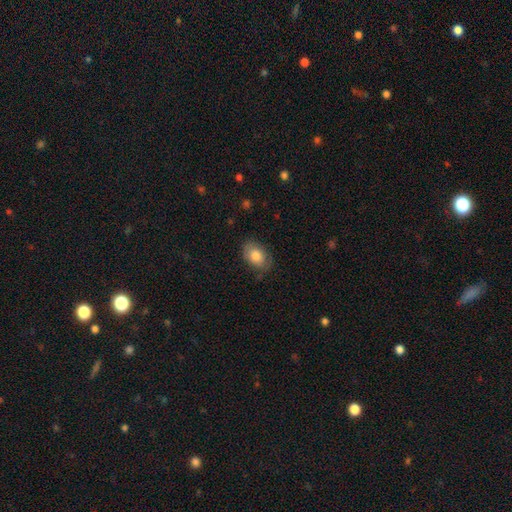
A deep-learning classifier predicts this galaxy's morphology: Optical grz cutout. It shows a smooth galaxy with no disk features (80%) that is in between round and cigar-shaped (84%). Merging: none (77%).